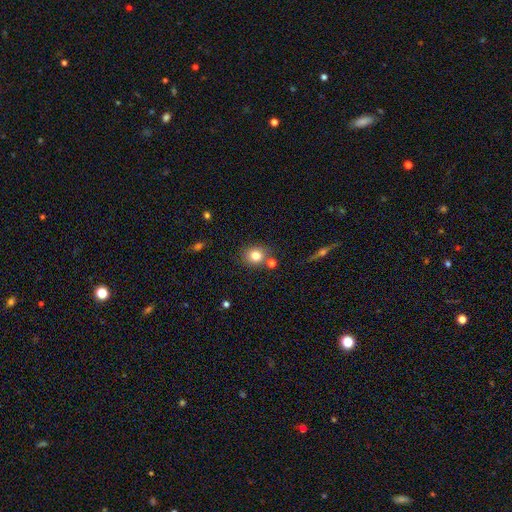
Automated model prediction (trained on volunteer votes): smooth 81%, star or artifact 11%, featured or disk 8%. Down the decision tree: how rounded — round (73%); merging — none (75%).